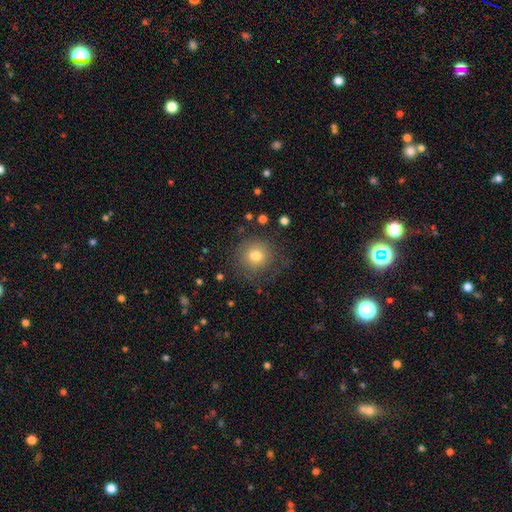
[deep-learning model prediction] This appears to be a smooth galaxy with no disk features (76%) that is round (92%). Merging: none (76%).